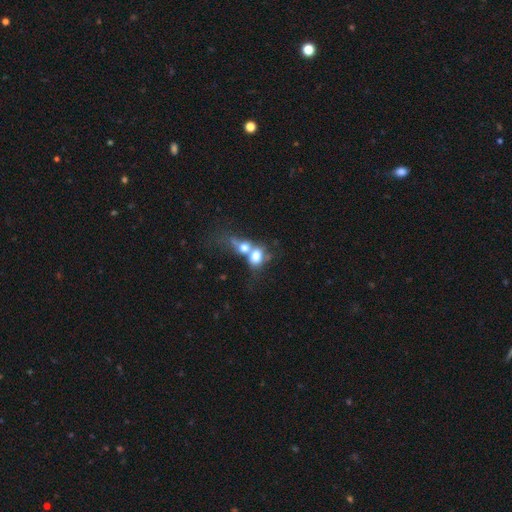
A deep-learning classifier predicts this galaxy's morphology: A smooth galaxy with no disk features (67%) that is round (52%).

Vote fractions:
- Smooth or featured? smooth: 67% / featured or disk: 21% / star or artifact: 12%
- How rounded? round: 52% / in between: 46% / cigar-shaped: 2%
- Merging? merger: 69% / none: 17% / major disturbance: 8% / minor disturbance: 6%